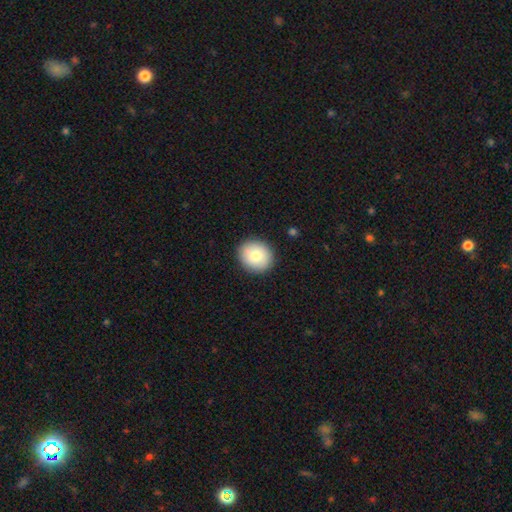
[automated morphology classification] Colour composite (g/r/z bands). It shows a smooth galaxy with no disk features (81%) that is round (81%). Merging: none (90%).